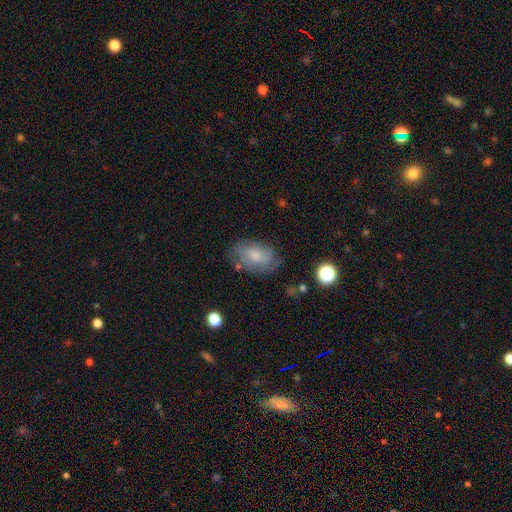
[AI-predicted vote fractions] Q: Smooth or featured?
A: smooth (59%); runner-up: featured or disk (33%)
Q: How rounded?
A: in between (87%); runner-up: round (11%)
Q: Merging?
A: none (67%); runner-up: minor disturbance (23%)